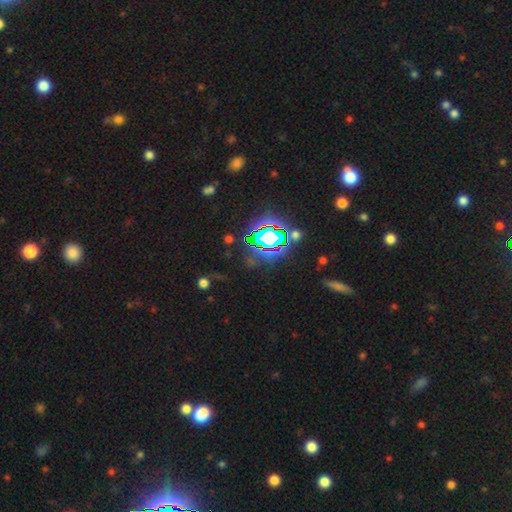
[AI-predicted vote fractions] Smooth or featured? Predicted: star or artifact (p=0.77).